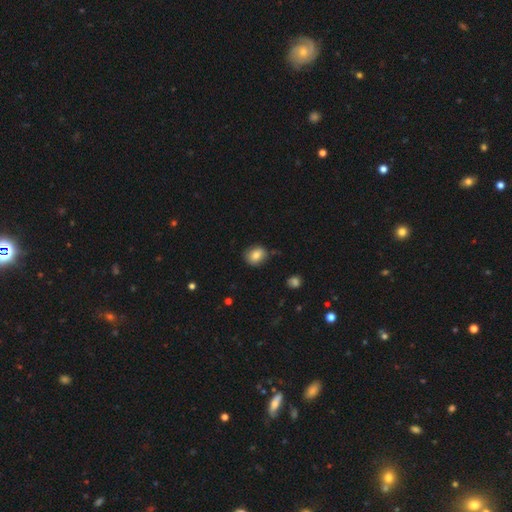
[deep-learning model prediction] Overall: smooth (81%). How rounded: round (63%; in between 36%). Merging: none (79%).